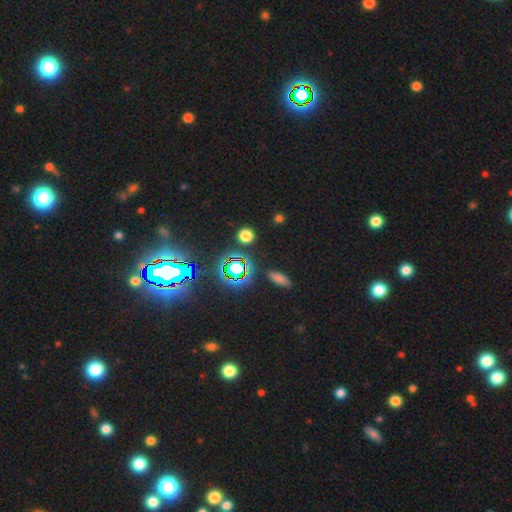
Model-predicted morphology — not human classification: Q: Smooth or featured?
A: star or artifact (81%); runner-up: smooth (11%)